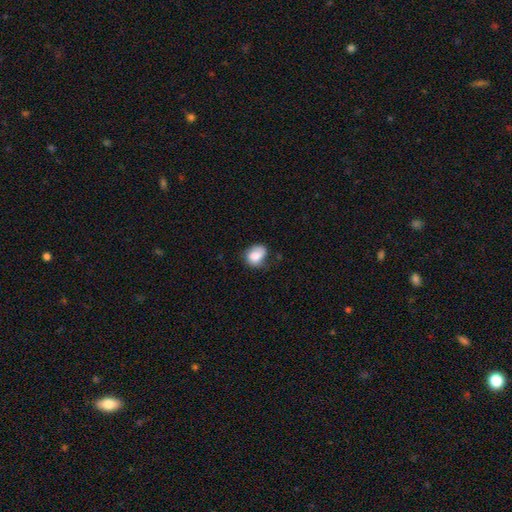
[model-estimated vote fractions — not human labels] Smooth or featured: smooth — 79% (featured or disk — 13%)
How rounded: in between — 56% (round — 43%)
Merging: none — 50% (minor disturbance — 35%)